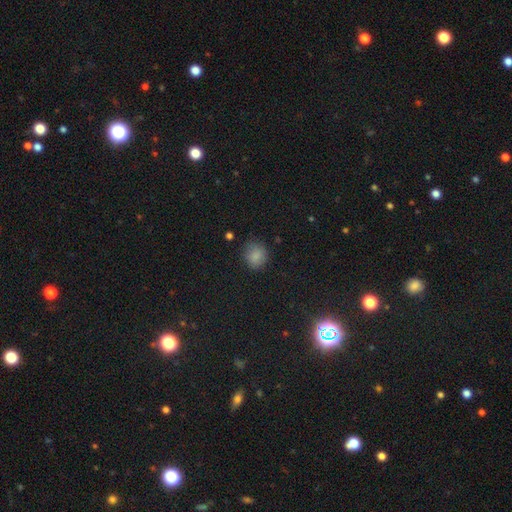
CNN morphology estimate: A smooth galaxy with no disk features (83%) that is round (79%). Merging: none (77%).